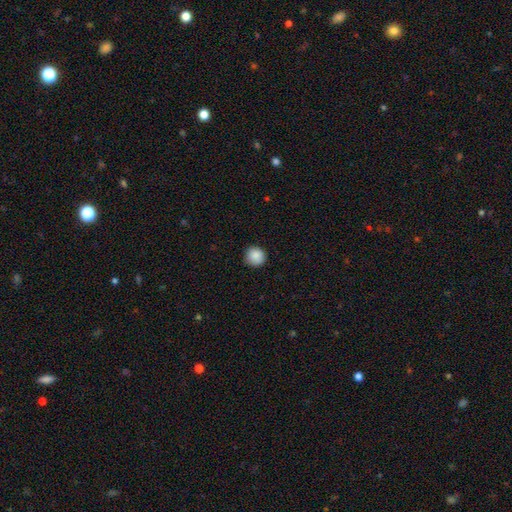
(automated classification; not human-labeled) A smooth galaxy with no disk features (88%) that is round (93%). Merging: none (88%).